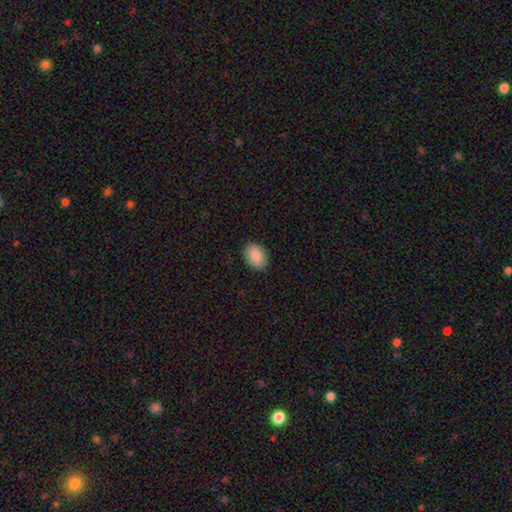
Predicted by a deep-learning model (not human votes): This appears to be a smooth galaxy with no disk features (87%) that is in between round and cigar-shaped (78%). Merging: none (89%).